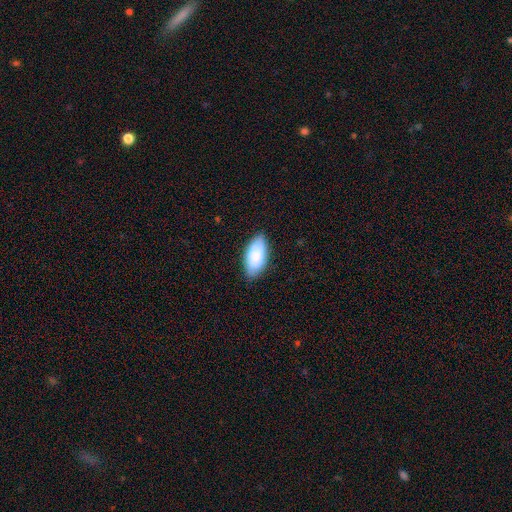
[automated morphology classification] The model was most divided on "merging": none: 83%, minor disturbance: 14%, major disturbance: 2%, merger: 1%. More confident: how rounded — in between (94%); smooth or featured — smooth (86%).